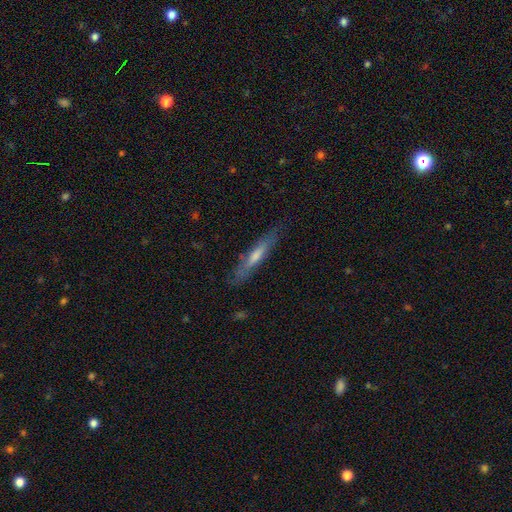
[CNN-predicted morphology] smooth_or_featured: featured or disk (p=0.47) [alt: smooth p=0.46]
merging: none (p=0.79) [alt: minor disturbance p=0.16]